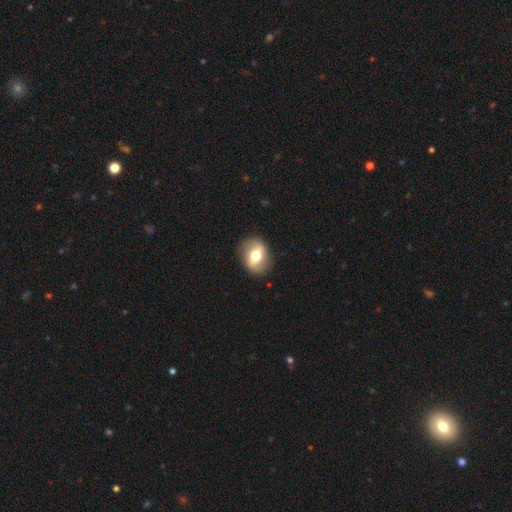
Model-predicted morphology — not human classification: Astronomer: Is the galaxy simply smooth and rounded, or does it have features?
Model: featured or disk — 49% (runner-up: smooth, 44%).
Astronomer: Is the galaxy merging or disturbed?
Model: none — 86%.